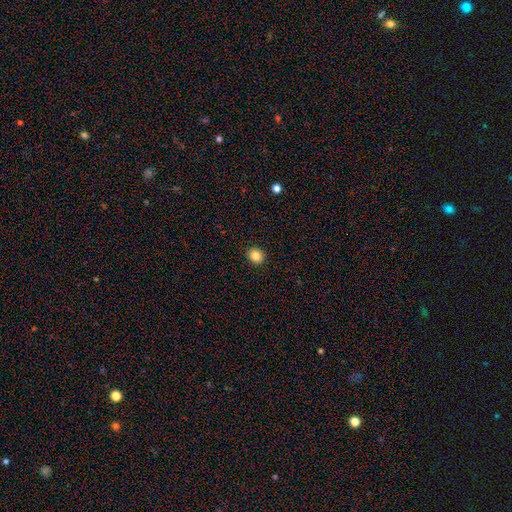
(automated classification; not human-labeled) This is clearly a smooth galaxy (85%). How rounded: likely round (79%). Merging: clearly none (93%).